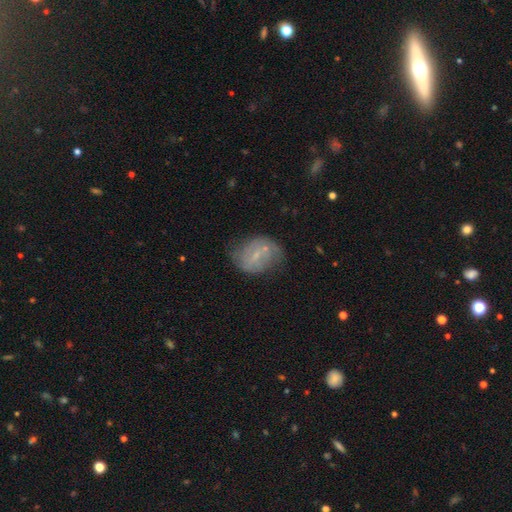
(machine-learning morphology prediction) This is possibly a featured or disk galaxy (56%). It is clearly not viewed edge-on (96%). Bar: possibly weak (52%). Spiral arm pattern: likely yes (64%). Central bulge: likely small (69%). Merging: possibly none (56%).